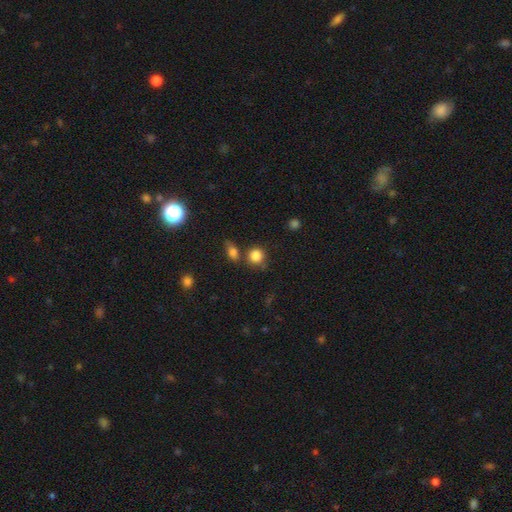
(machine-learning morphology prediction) Smooth or featured?
  - smooth: 84% *
  - star or artifact: 11%
  - featured or disk: 5%
How rounded?
  - round: 86% *
  - in between: 13%
  - cigar-shaped: 1%
Merging?
  - none: 67% *
  - merger: 15%
  - minor disturbance: 13%
  - major disturbance: 4%